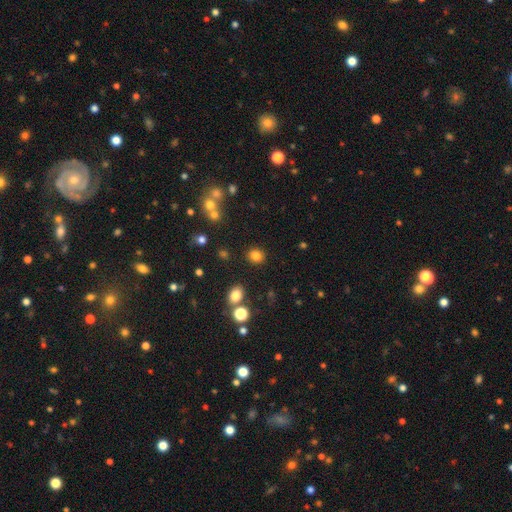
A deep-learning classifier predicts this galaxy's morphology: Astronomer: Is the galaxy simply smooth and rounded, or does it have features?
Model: smooth — 82%.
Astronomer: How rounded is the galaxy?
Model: round — 79%.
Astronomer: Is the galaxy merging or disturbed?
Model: none — 87%.